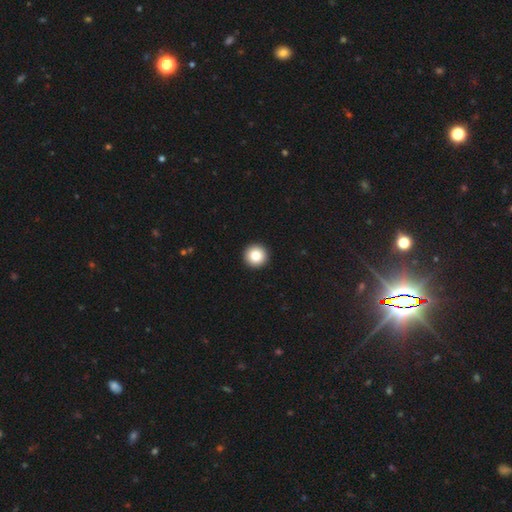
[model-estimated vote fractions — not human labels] smooth_or_featured: smooth (p=0.85) [alt: star or artifact p=0.09]
how_rounded: round (p=0.96) [alt: in between p=0.03]
merging: none (p=0.94) [alt: minor disturbance p=0.04]